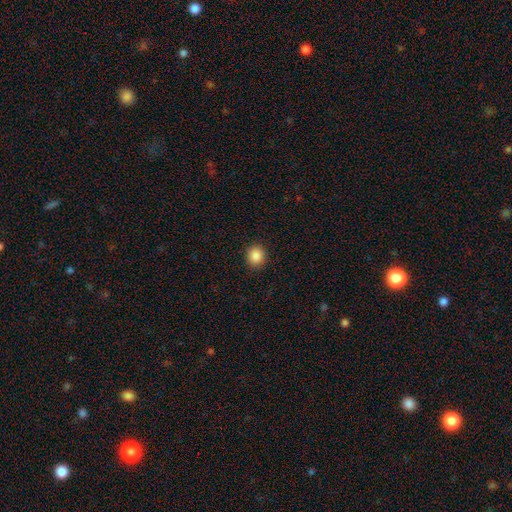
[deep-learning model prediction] Smooth or featured?
  - smooth: 87% *
  - star or artifact: 10%
  - featured or disk: 3%
How rounded?
  - round: 85% *
  - in between: 14%
  - cigar-shaped: 1%
Merging?
  - none: 91% *
  - minor disturbance: 6%
  - major disturbance: 2%
  - merger: 1%